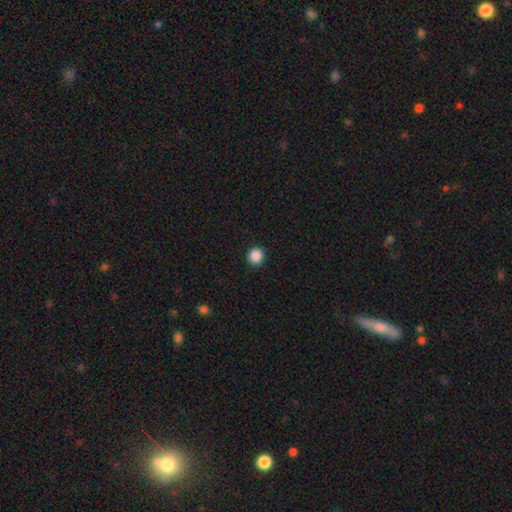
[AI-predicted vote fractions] The model was most divided on "smooth or featured": smooth: 88%, star or artifact: 10%, featured or disk: 2%. More confident: merging — none (92%); how rounded — round (92%).